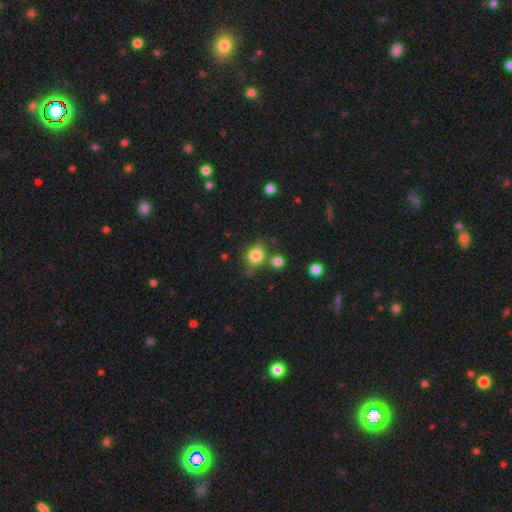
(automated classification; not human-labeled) Smooth or featured?
  - smooth: 81% *
  - star or artifact: 11%
  - featured or disk: 9%
How rounded?
  - round: 61% *
  - in between: 38%
  - cigar-shaped: 1%
Merging?
  - none: 63% *
  - minor disturbance: 19%
  - merger: 12%
  - major disturbance: 6%